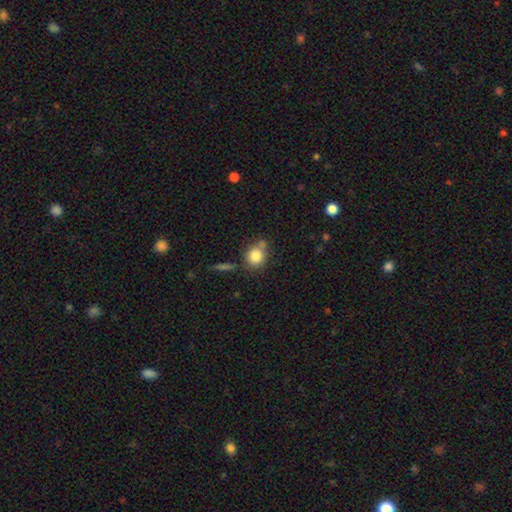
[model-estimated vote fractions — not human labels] smooth 81%, star or artifact 10%, featured or disk 9%. Down the decision tree: how rounded — round (74%); merging — none (56%).